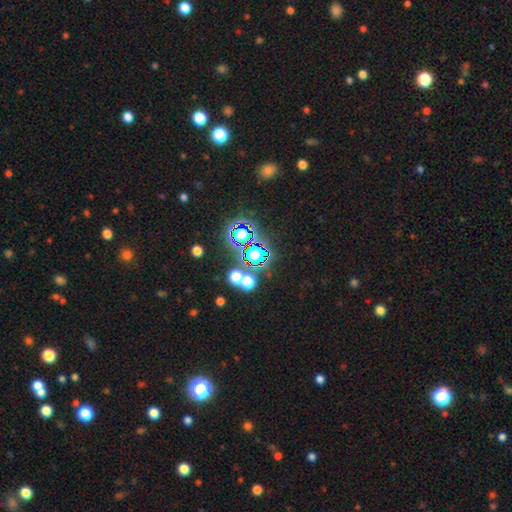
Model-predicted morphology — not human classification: A star or artifact, not a galaxy (61%).